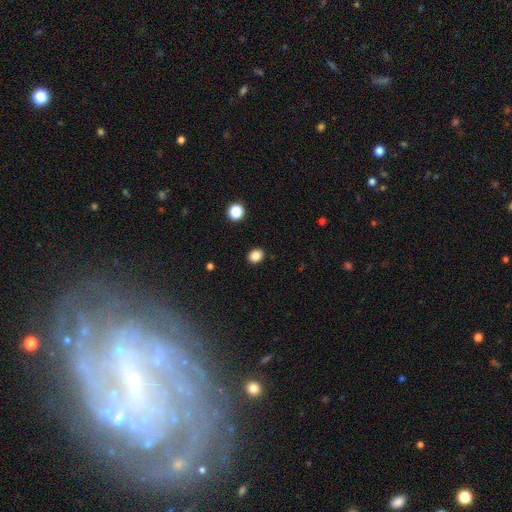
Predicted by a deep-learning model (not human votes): A smooth galaxy with no disk features (85%) that is round (61%).

Vote fractions:
- Smooth or featured? smooth: 85% / star or artifact: 11% / featured or disk: 4%
- How rounded? round: 61% / in between: 38% / cigar-shaped: 1%
- Merging? none: 91% / minor disturbance: 6% / major disturbance: 2% / merger: 1%